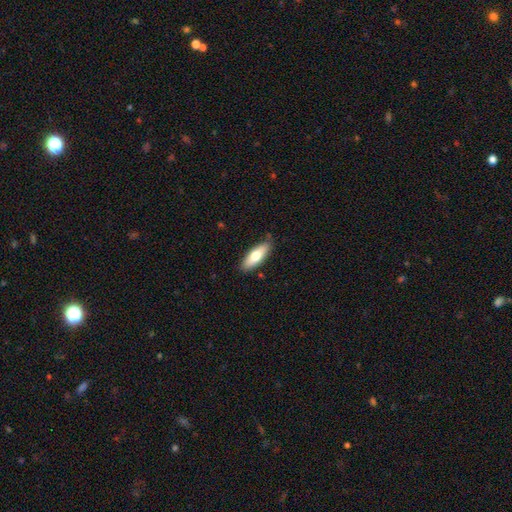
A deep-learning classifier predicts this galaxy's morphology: smooth_or_featured: smooth (p=0.71) [alt: featured or disk p=0.24]
how_rounded: in between (p=0.64) [alt: cigar-shaped p=0.34]
merging: none (p=0.85) [alt: minor disturbance p=0.12]